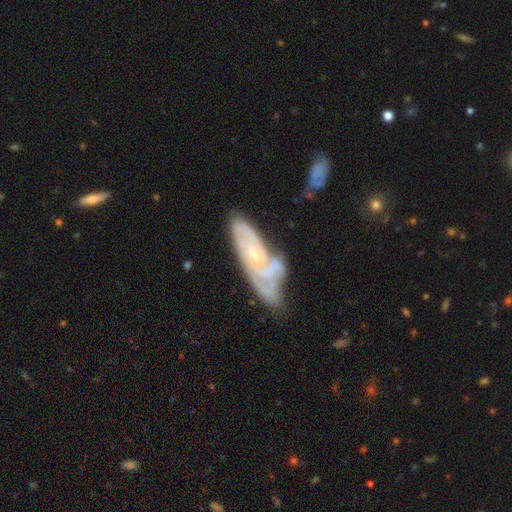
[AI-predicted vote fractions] smooth_or_featured: featured or disk (p=0.79) [alt: smooth p=0.14]
disk_edge_on: no (p=0.89) [alt: yes p=0.11]
bar: no (p=0.62) [alt: weak p=0.30]
has_spiral_arms: yes (p=0.93) [alt: no p=0.07]
spiral_winding: tight (p=0.60) [alt: medium p=0.32]
spiral_arm_count: 2 (p=0.30) [tied with: can't tell p=0.30]
bulge_size: small (p=0.70) [alt: moderate p=0.22]
merging: none (p=0.49) [alt: minor disturbance p=0.25]